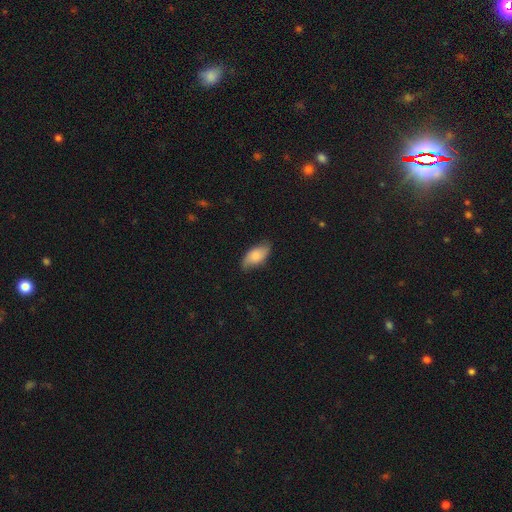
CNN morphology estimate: Overall: smooth (76%). How rounded: in between (91%). Merging: none (76%).